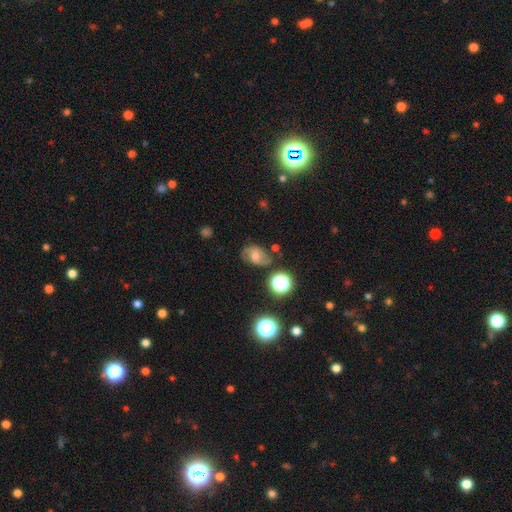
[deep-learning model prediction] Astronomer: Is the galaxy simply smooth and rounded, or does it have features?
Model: featured or disk — 43% (runner-up: smooth, 41%).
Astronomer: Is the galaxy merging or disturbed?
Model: none — 64%.